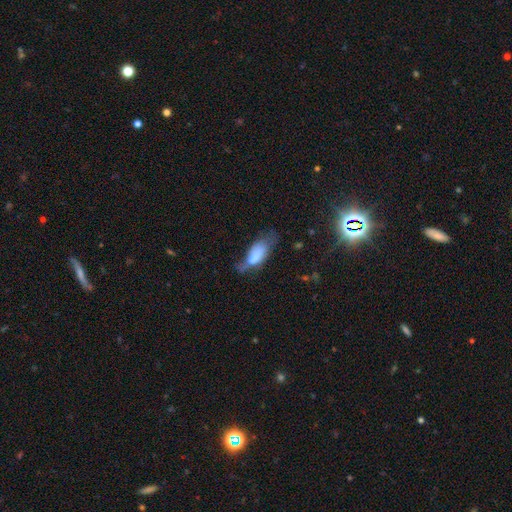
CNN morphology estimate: A smooth galaxy with no disk features (70%) that is in between round and cigar-shaped (81%).

Vote fractions:
- Smooth or featured? smooth: 70% / featured or disk: 21% / star or artifact: 9%
- How rounded? in between: 81% / cigar-shaped: 17% / round: 3%
- Merging? major disturbance: 37% / minor disturbance: 31% / none: 24% / merger: 7%